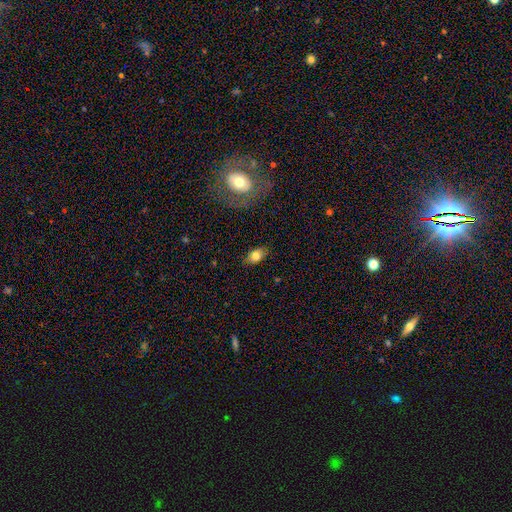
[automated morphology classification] Smooth or featured: smooth — 78% (featured or disk — 13%)
How rounded: in between — 86% (round — 12%)
Merging: none — 83% (minor disturbance — 13%)